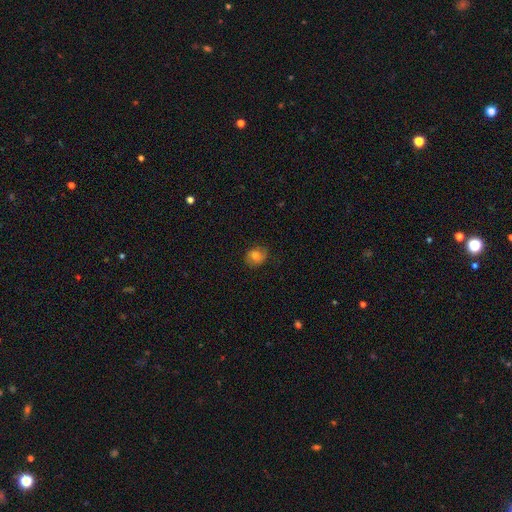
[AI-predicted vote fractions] smooth_or_featured: smooth (p=0.75) [alt: featured or disk p=0.16]
how_rounded: round (p=0.67) [alt: in between p=0.32]
merging: none (p=0.78) [alt: minor disturbance p=0.17]